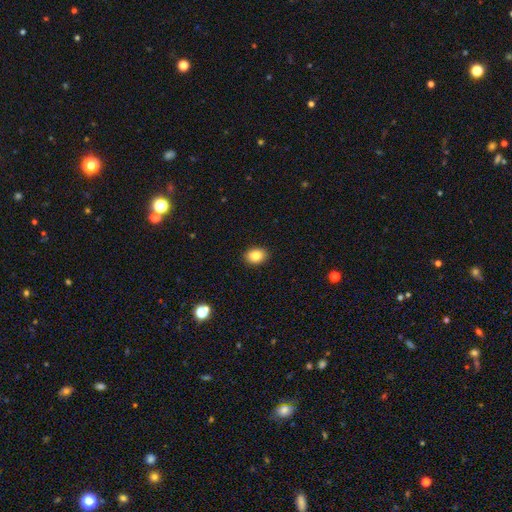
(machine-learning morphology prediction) A smooth galaxy with no disk features (83%) that is in between round and cigar-shaped (62%).

Vote fractions:
- Smooth or featured? smooth: 83% / star or artifact: 10% / featured or disk: 7%
- How rounded? in between: 62% / round: 37% / cigar-shaped: 1%
- Merging? none: 91% / minor disturbance: 7% / major disturbance: 2% / merger: 1%